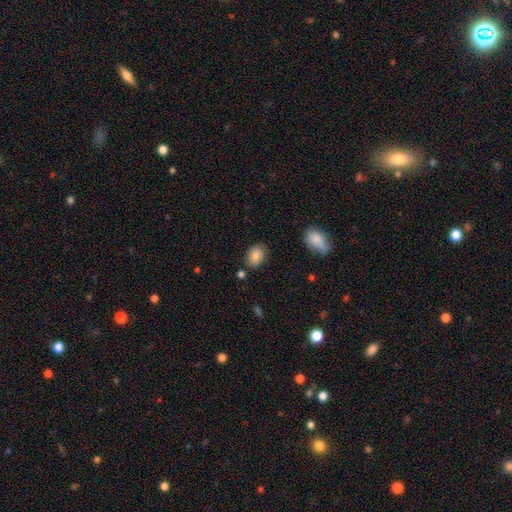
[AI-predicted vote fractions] A smooth galaxy with no disk features (83%) that is in between round and cigar-shaped (78%). Merging: none (81%).